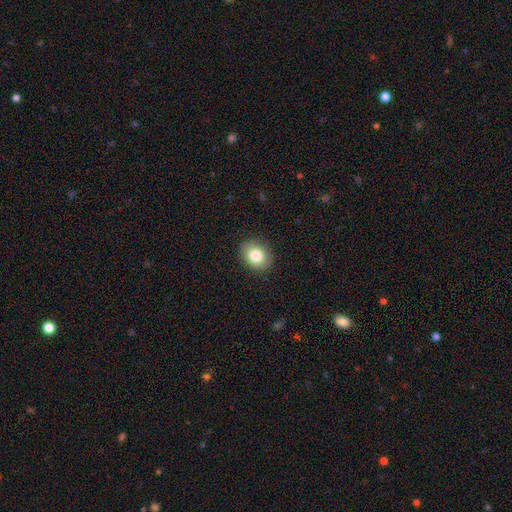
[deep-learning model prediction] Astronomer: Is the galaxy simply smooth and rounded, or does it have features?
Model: smooth — 81%.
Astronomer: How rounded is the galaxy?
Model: round — 50% (runner-up: in between, 49%).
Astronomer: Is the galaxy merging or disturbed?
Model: none — 87%.